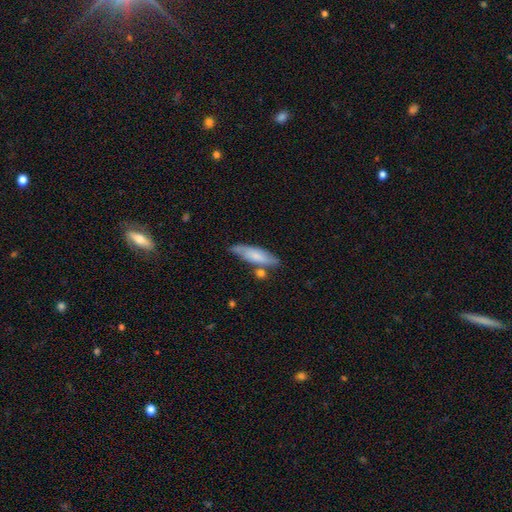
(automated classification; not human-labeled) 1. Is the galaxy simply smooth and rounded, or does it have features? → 63% smooth, 31% featured or disk, 6% star or artifact.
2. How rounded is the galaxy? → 58% cigar-shaped, 40% in between, 2% round.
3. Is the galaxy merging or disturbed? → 66% none, 20% minor disturbance, 10% merger, 4% major disturbance.